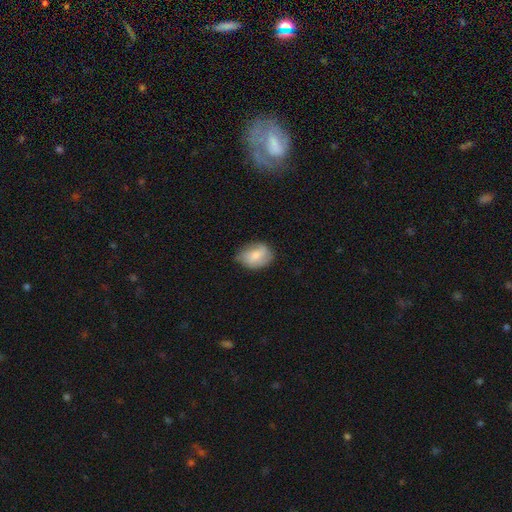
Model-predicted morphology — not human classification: A smooth galaxy with no disk features (69%) that is in between round and cigar-shaped (66%).

Vote fractions:
- Smooth or featured? smooth: 69% / featured or disk: 24% / star or artifact: 7%
- How rounded? in between: 66% / round: 33% / cigar-shaped: 1%
- Merging? none: 62% / minor disturbance: 31% / major disturbance: 6% / merger: 1%